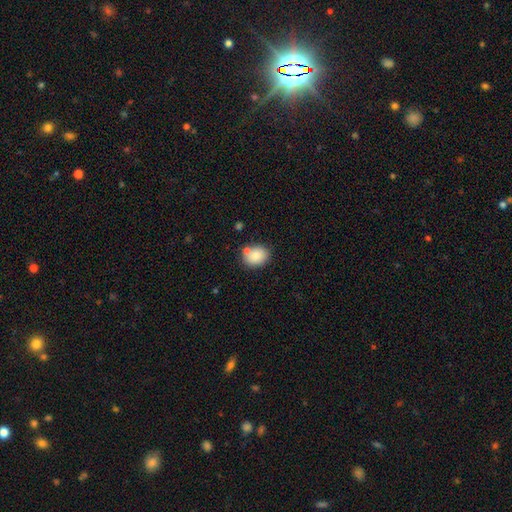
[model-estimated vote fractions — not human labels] Smooth or featured: smooth — 85% (star or artifact — 8%)
How rounded: in between — 53% (round — 46%)
Merging: none — 70% (minor disturbance — 13%)